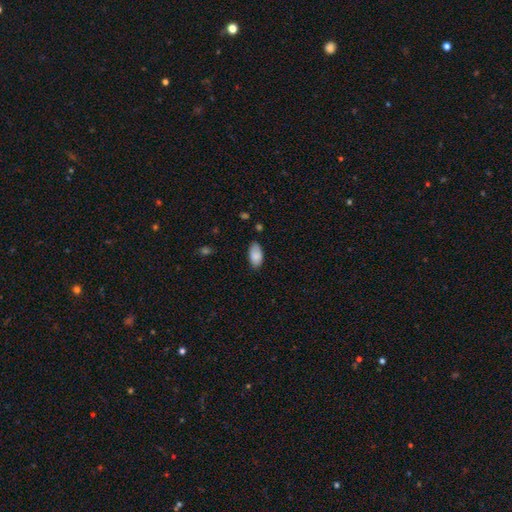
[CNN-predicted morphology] A smooth galaxy with no disk features (86%) that is in between round and cigar-shaped (95%).

Vote fractions:
- Smooth or featured? smooth: 86% / featured or disk: 7% / star or artifact: 7%
- How rounded? in between: 95% / cigar-shaped: 3% / round: 3%
- Merging? none: 76% / minor disturbance: 20% / major disturbance: 3% / merger: 1%